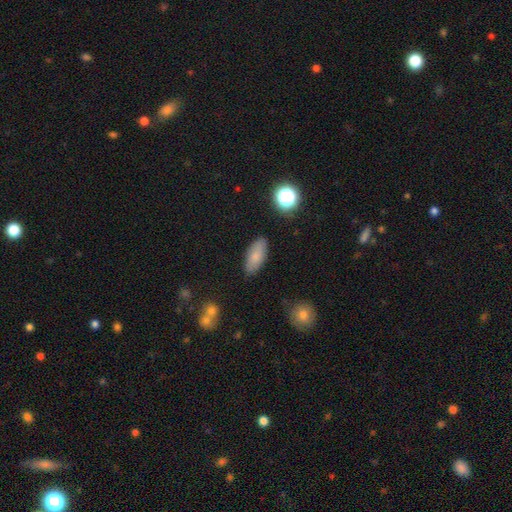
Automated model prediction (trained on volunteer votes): smooth-or-featured: smooth: 79% | featured or disk: 12% | star or artifact: 8%
  how-rounded: in between: 83% | cigar-shaped: 14% | round: 3%
  merging: none: 84% | minor disturbance: 12% | major disturbance: 2% | merger: 2%